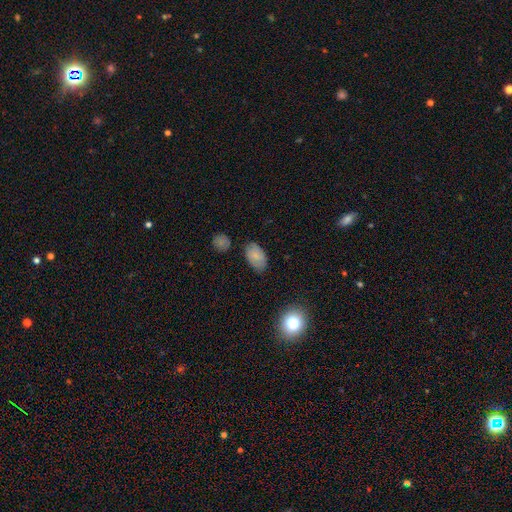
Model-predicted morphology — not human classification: Smooth or featured?
  - smooth: 71% *
  - featured or disk: 21%
  - star or artifact: 9%
How rounded?
  - in between: 91% *
  - round: 8%
  - cigar-shaped: 2%
Merging?
  - none: 75% *
  - minor disturbance: 18%
  - major disturbance: 4%
  - merger: 3%